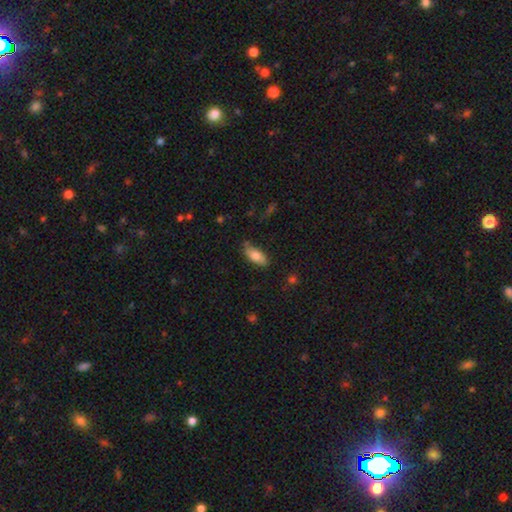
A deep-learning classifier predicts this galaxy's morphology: Smooth or featured?
  - smooth: 76% *
  - featured or disk: 17%
  - star or artifact: 7%
How rounded?
  - in between: 81% *
  - cigar-shaped: 17%
  - round: 2%
Merging?
  - none: 78% *
  - minor disturbance: 17%
  - major disturbance: 3%
  - merger: 3%